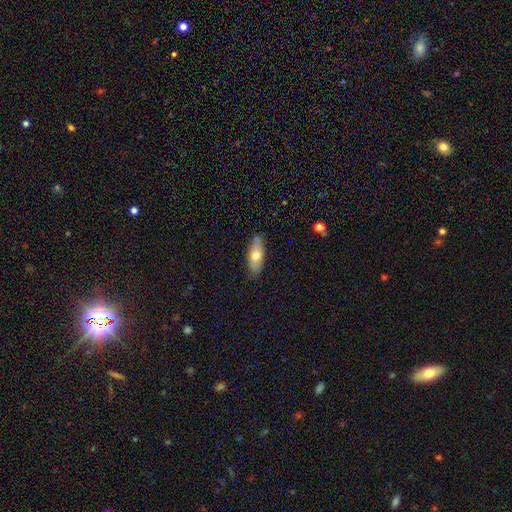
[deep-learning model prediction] Overall: smooth (68%). How rounded: in between (76%). Merging: none (78%).